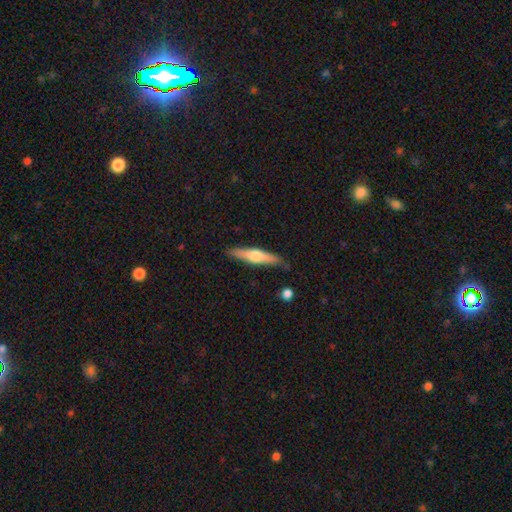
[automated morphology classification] featured or disk 51%, smooth 44%, star or artifact 5%. Down the decision tree: edge-on disk — yes (94%); merging — none (84%).